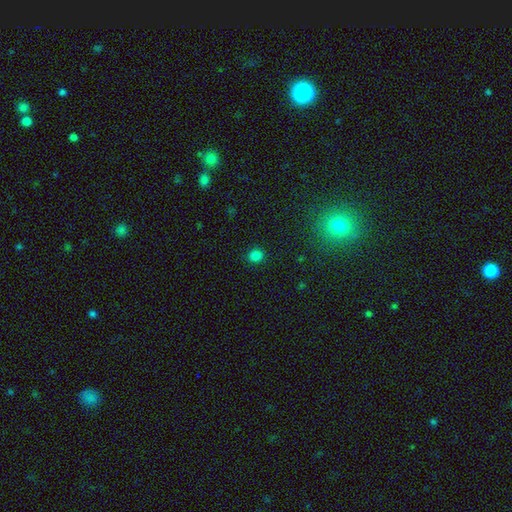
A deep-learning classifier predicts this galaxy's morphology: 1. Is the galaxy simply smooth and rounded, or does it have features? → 82% smooth, 15% star or artifact, 3% featured or disk.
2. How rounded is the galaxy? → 84% round, 15% in between, 1% cigar-shaped.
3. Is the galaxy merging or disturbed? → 90% none, 7% minor disturbance, 2% major disturbance, 1% merger.